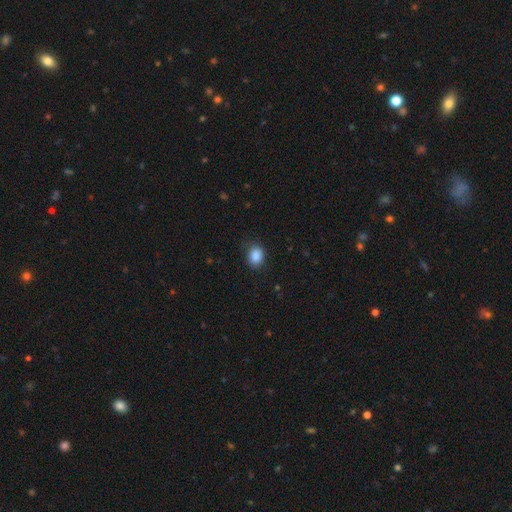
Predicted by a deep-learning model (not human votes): Smooth or featured? Predicted: smooth (p=0.87). How rounded? Predicted: in between (p=0.51). Merging? Predicted: none (p=0.81).